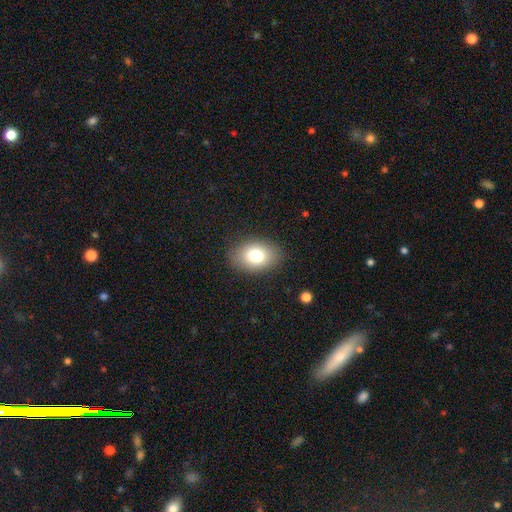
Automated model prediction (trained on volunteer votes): Smooth or featured: smooth — 79% (featured or disk — 12%)
How rounded: in between — 82% (round — 16%)
Merging: none — 86% (minor disturbance — 10%)